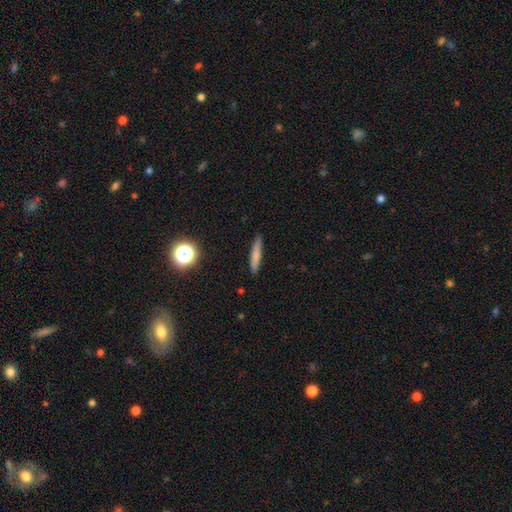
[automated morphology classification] A smooth galaxy with no disk features (73%) that is cigar-shaped (90%). Merging: none (88%).